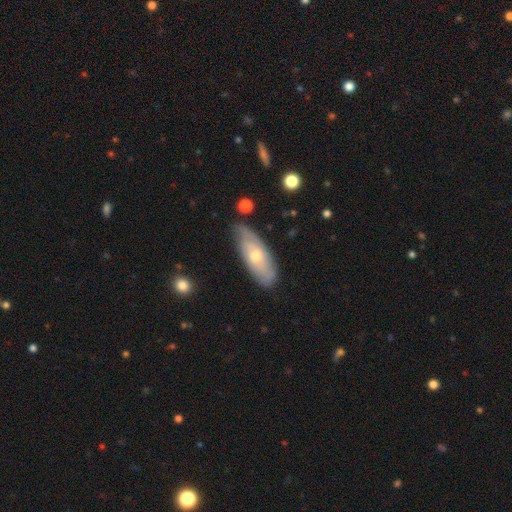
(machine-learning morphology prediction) Smooth or featured: featured or disk — 50% (smooth — 44%)
Edge-on disk: no — 77% (yes — 23%)
Merging: none — 70% (minor disturbance — 23%)